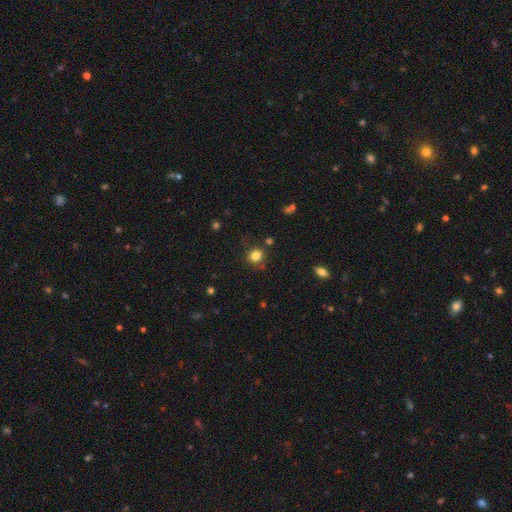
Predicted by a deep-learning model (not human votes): The model was most divided on "merging": none: 80%, minor disturbance: 13%, major disturbance: 4%, merger: 3%. More confident: how rounded — round (84%); smooth or featured — smooth (82%).